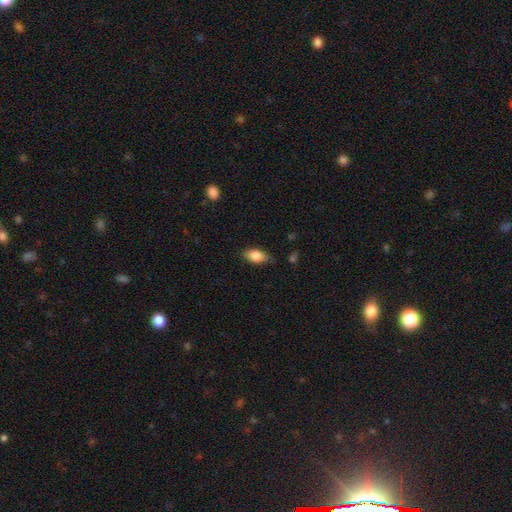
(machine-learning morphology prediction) Overall: smooth (82%). How rounded: in between (89%). Merging: none (78%).